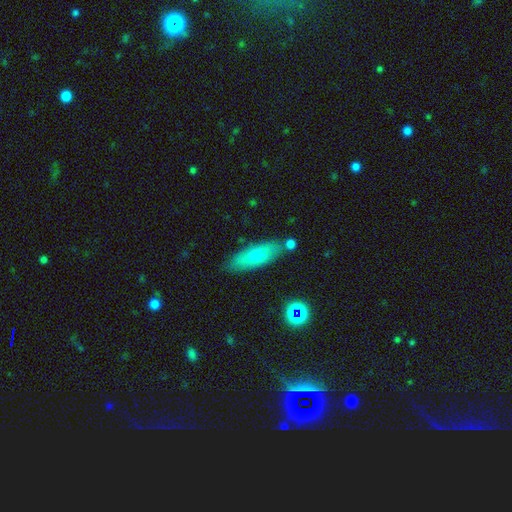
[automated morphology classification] A smooth galaxy with no disk features (71%) that is in between round and cigar-shaped (52%). Merging: none (76%).